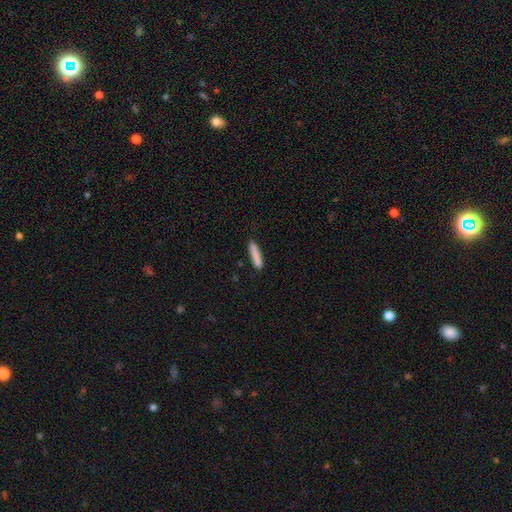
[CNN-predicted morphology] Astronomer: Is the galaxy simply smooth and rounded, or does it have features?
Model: smooth — 86%.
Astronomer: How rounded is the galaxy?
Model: cigar-shaped — 89%.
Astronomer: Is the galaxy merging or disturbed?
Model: none — 86%.